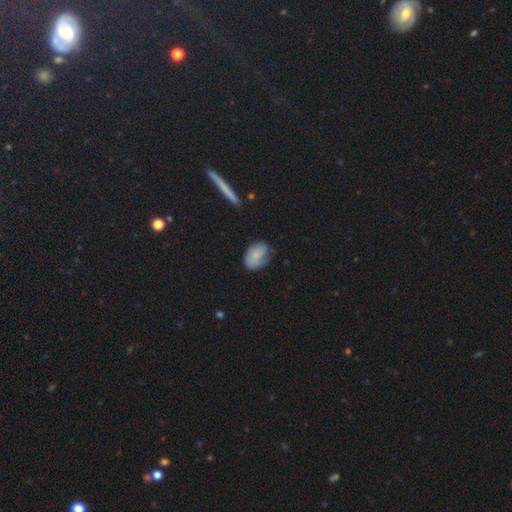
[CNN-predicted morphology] smooth_or_featured: smooth (p=0.74) [alt: featured or disk p=0.19]
how_rounded: in between (p=0.83) [alt: round p=0.15]
merging: none (p=0.50) [alt: minor disturbance p=0.34]